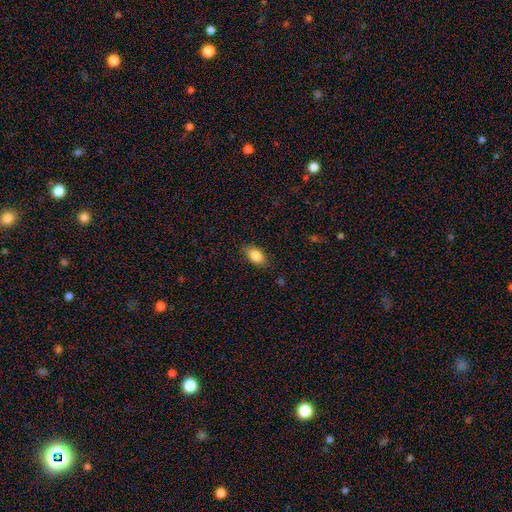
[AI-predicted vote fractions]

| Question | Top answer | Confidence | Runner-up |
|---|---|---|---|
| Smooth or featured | smooth | 85% | featured or disk (8%) |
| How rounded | in between | 87% | round (10%) |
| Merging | none | 83% | minor disturbance (14%) |